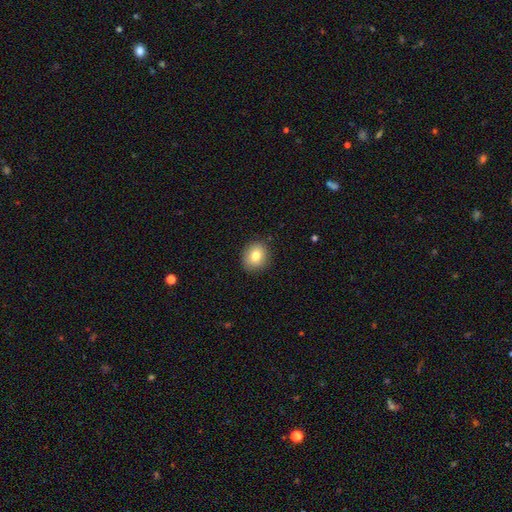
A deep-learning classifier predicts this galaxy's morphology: The model was most divided on "how rounded": round: 69%, in between: 30%, cigar-shaped: 1%. More confident: merging — none (88%); smooth or featured — smooth (80%).